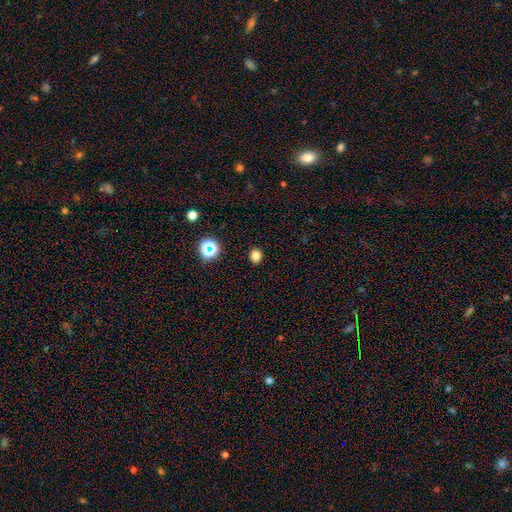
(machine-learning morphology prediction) smooth-or-featured: smooth: 79% | star or artifact: 17% | featured or disk: 4%
  how-rounded: round: 67% | in between: 32% | cigar-shaped: 1%
  merging: none: 90% | minor disturbance: 7% | major disturbance: 2% | merger: 1%